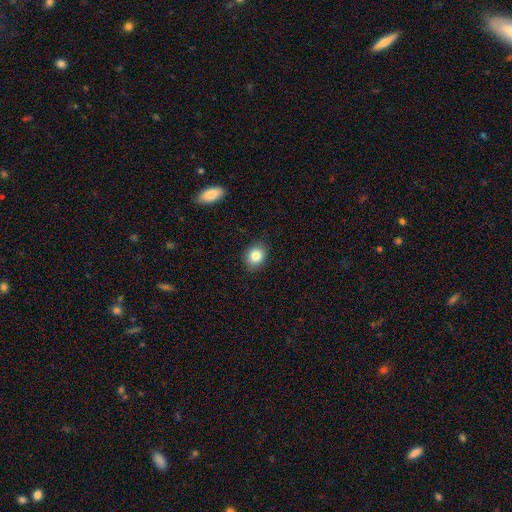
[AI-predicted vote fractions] Overall: smooth (83%). How rounded: round (50%; in between 49%). Merging: none (85%).